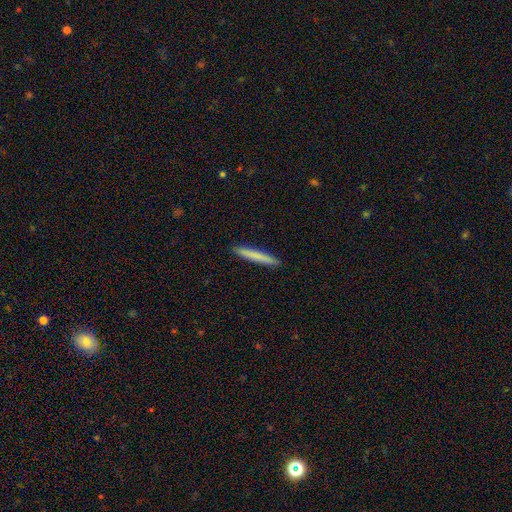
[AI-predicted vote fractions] Q: Smooth or featured?
A: smooth (77%); runner-up: featured or disk (17%)
Q: How rounded?
A: cigar-shaped (96%); runner-up: in between (3%)
Q: Merging?
A: none (92%); runner-up: minor disturbance (5%)